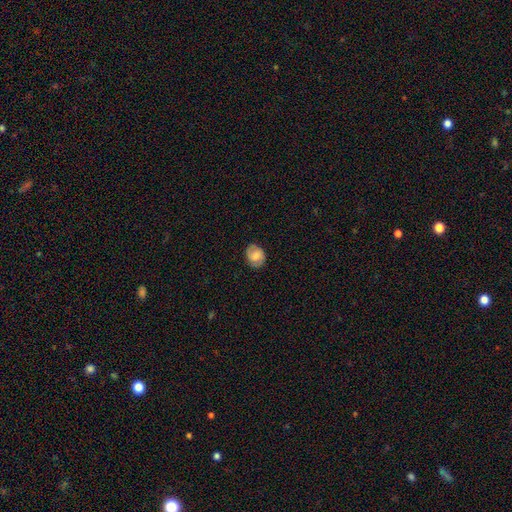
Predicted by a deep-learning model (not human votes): Morphology: type=smooth (57%); roundness=round (56%); merging=none (82%).